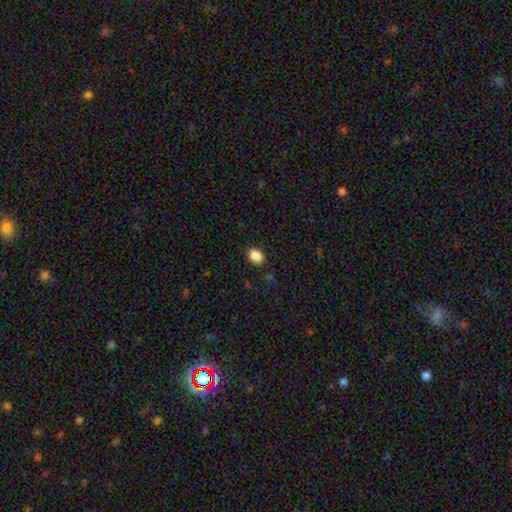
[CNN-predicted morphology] A smooth galaxy with no disk features (87%) that is in between round and cigar-shaped (60%).

Vote fractions:
- Smooth or featured? smooth: 87% / star or artifact: 9% / featured or disk: 3%
- How rounded? in between: 60% / round: 39% / cigar-shaped: 1%
- Merging? none: 86% / minor disturbance: 10% / major disturbance: 2% / merger: 1%